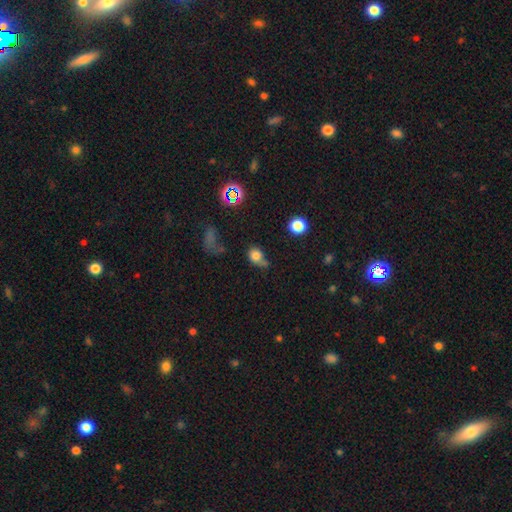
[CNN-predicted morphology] Smooth or featured: smooth — 73% (star or artifact — 15%)
How rounded: round — 60% (in between — 38%)
Merging: none — 36% (minor disturbance — 26%)